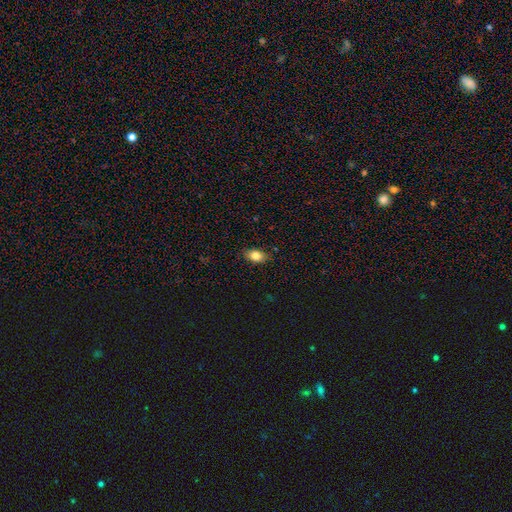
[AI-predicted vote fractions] Smooth or featured: smooth — 82% (featured or disk — 9%)
How rounded: in between — 81% (round — 16%)
Merging: none — 84% (minor disturbance — 13%)